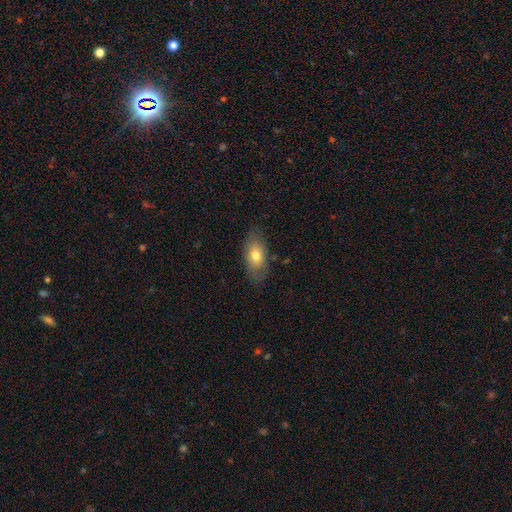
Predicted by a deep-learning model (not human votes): smooth-or-featured: smooth: 73% | featured or disk: 20% | star or artifact: 7%
  how-rounded: in between: 88% | round: 6% | cigar-shaped: 6%
  merging: none: 80% | minor disturbance: 15% | major disturbance: 4% | merger: 1%